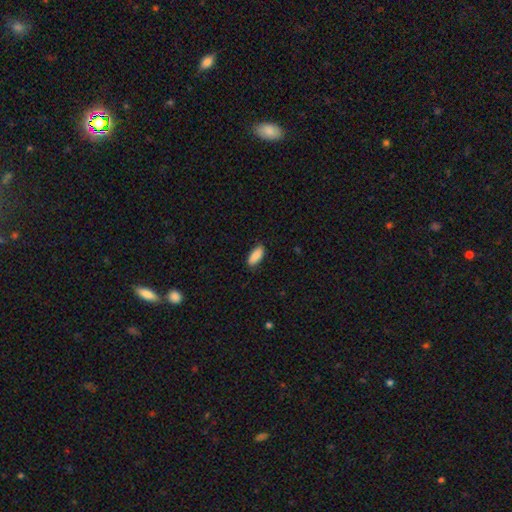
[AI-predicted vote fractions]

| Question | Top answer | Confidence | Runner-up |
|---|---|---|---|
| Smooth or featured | smooth | 89% | star or artifact (6%) |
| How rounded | in between | 81% | cigar-shaped (18%) |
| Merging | none | 87% | minor disturbance (10%) |